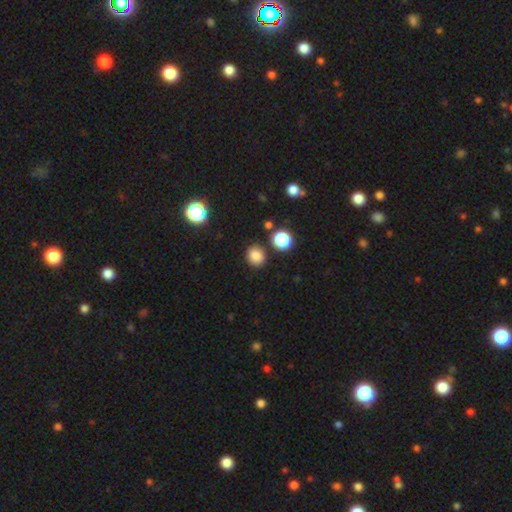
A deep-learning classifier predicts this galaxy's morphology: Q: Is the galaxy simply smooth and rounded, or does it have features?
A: smooth — 83%.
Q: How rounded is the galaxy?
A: round — 69%.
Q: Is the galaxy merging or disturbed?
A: none — 84%.